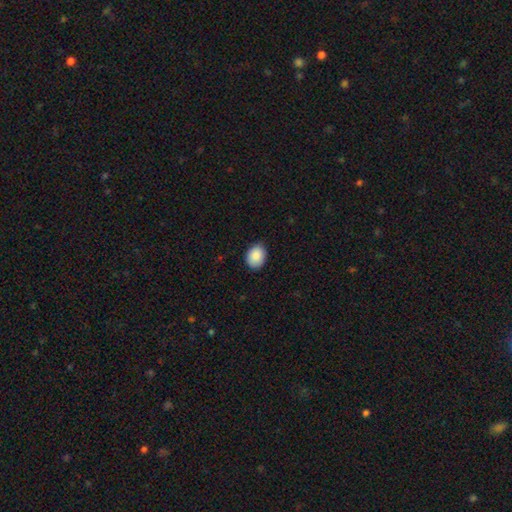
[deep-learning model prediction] A smooth galaxy with no disk features (89%) that is in between round and cigar-shaped (59%). Merging: none (82%).